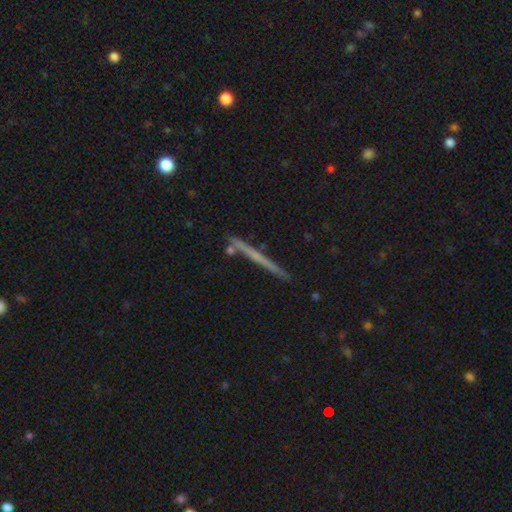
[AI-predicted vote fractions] smooth_or_featured: featured or disk (p=0.54) [alt: smooth p=0.39]
disk_edge_on: yes (p=0.97) [alt: no p=0.03]
edge_on_bulge: none (p=0.88) [alt: rounded p=0.08]
merging: none (p=0.87) [alt: minor disturbance p=0.08]